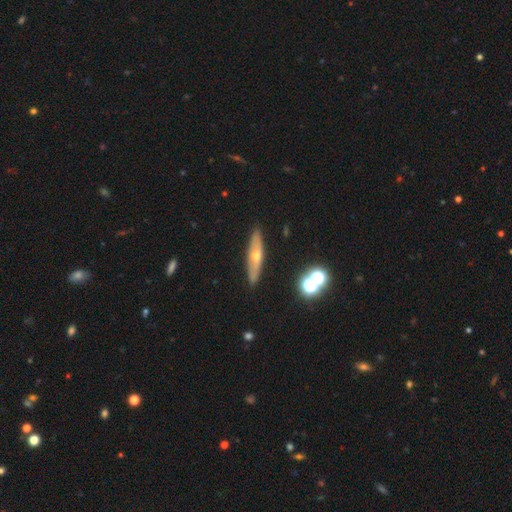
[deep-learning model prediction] This is possibly a featured or disk galaxy (55%). It is likely viewed edge-on (75%). Merging: clearly none (88%).